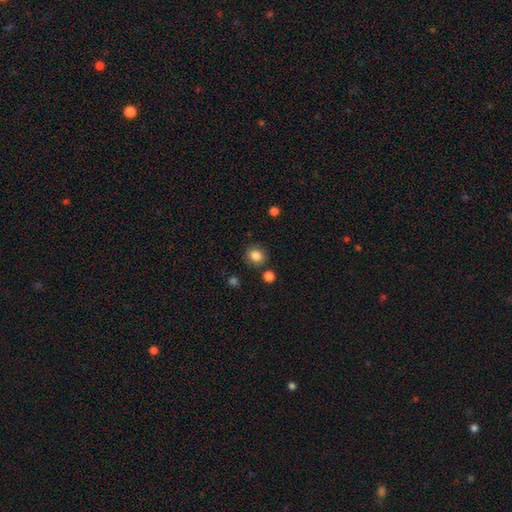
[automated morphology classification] Overall: smooth (84%). How rounded: round (76%). Merging: none (82%).